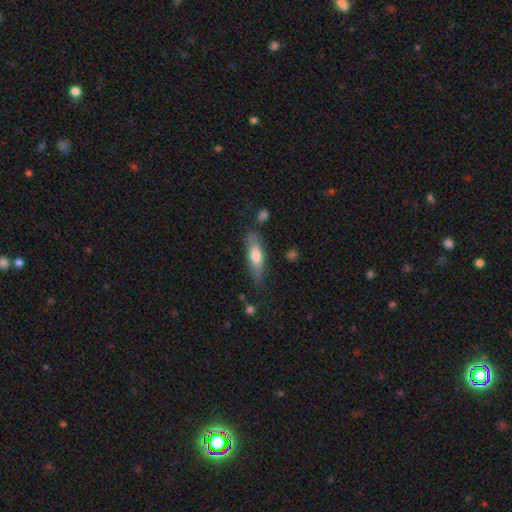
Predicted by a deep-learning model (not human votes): A smooth galaxy with no disk features (66%) that is cigar-shaped (53%).

Vote fractions:
- Smooth or featured? smooth: 66% / featured or disk: 28% / star or artifact: 6%
- How rounded? cigar-shaped: 53% / in between: 45% / round: 2%
- Merging? none: 72% / minor disturbance: 19% / major disturbance: 6% / merger: 3%